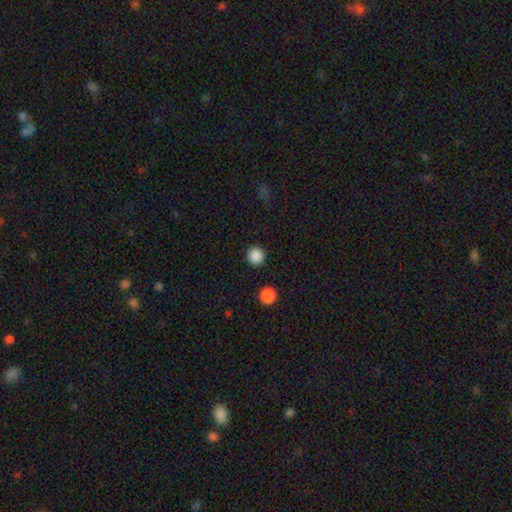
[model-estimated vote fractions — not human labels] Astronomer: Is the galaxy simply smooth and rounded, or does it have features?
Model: smooth — 87%.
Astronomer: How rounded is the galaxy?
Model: round — 95%.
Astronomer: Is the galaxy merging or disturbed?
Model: none — 92%.